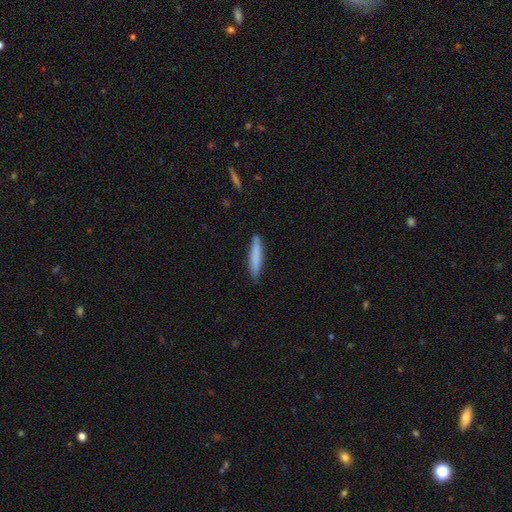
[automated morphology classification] smooth-or-featured: smooth: 80% | featured or disk: 14% | star or artifact: 6%
  how-rounded: cigar-shaped: 92% | in between: 7% | round: 1%
  merging: none: 86% | minor disturbance: 11% | major disturbance: 2% | merger: 1%